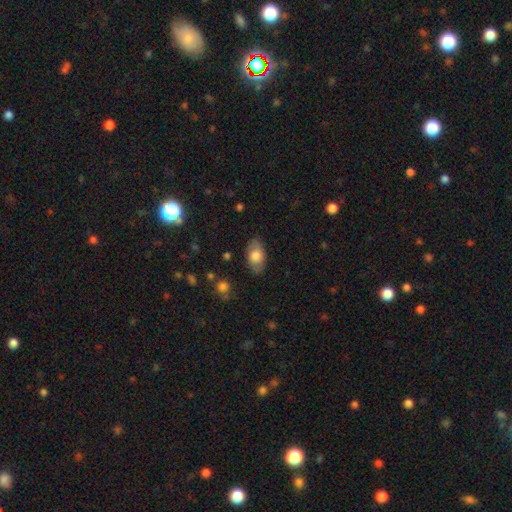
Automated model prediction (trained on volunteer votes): Overall: smooth (74%). How rounded: in between (92%). Merging: none (82%).